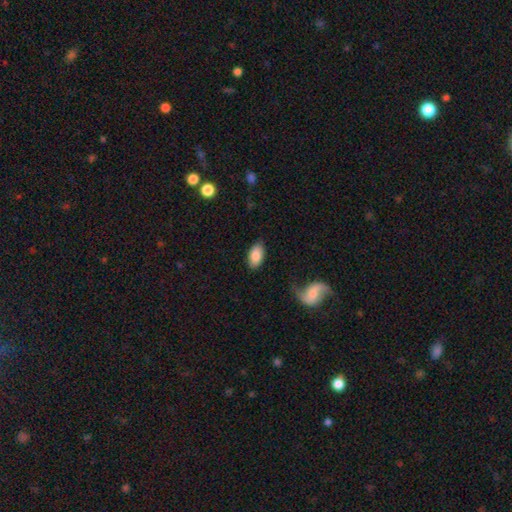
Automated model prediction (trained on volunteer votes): Smooth or featured? Predicted: smooth (p=0.84). How rounded? Predicted: in between (p=0.94). Merging? Predicted: none (p=0.81).